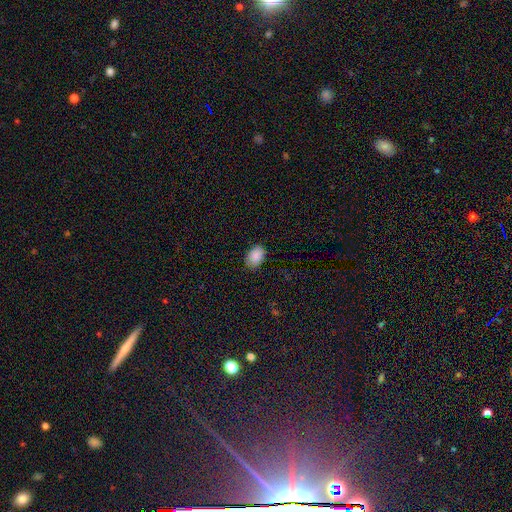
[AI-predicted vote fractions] This is clearly a smooth galaxy (88%). How rounded: clearly in between (82%). Merging: clearly none (83%).